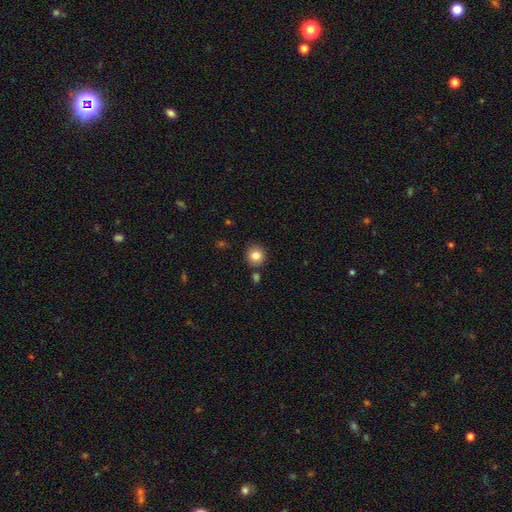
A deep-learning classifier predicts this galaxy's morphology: This is clearly a smooth galaxy (83%). How rounded: clearly round (89%). Merging: clearly none (84%).